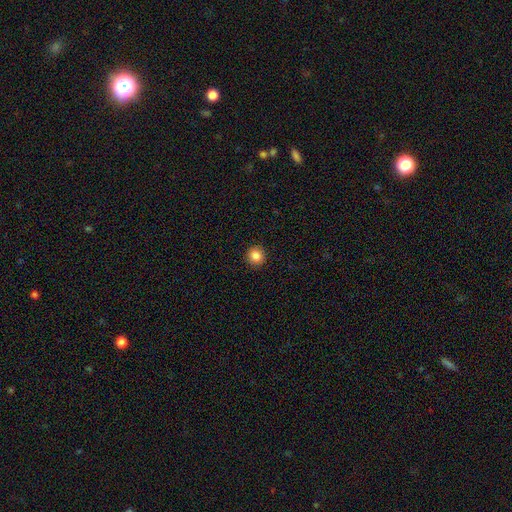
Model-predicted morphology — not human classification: Overall: smooth (86%). How rounded: round (94%). Merging: none (93%).